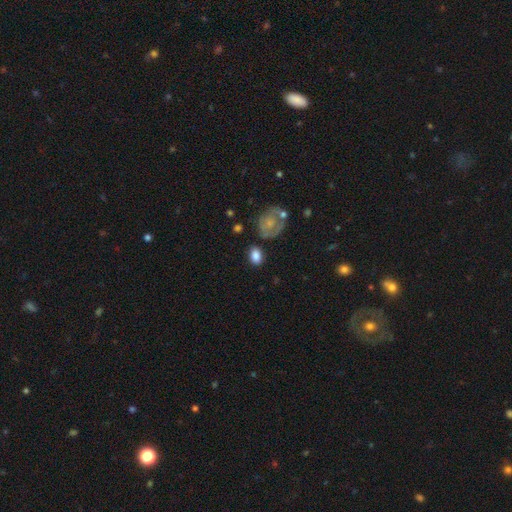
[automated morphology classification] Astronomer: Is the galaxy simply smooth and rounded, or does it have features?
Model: smooth — 82%.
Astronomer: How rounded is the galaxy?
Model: in between — 76%.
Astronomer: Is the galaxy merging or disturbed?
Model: none — 74%.